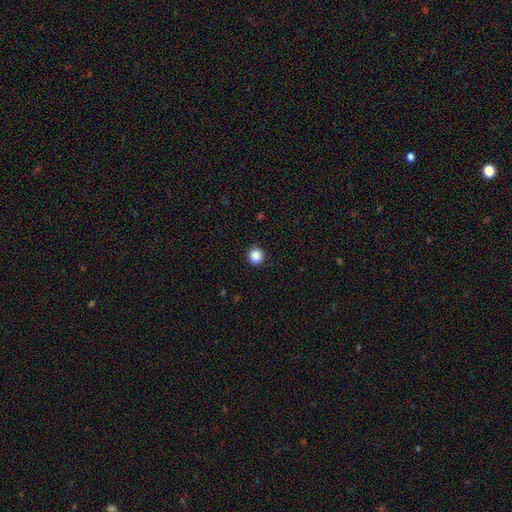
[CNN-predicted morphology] smooth_or_featured: smooth (p=0.87) [alt: star or artifact p=0.10]
how_rounded: round (p=0.93) [alt: in between p=0.06]
merging: none (p=0.92) [alt: minor disturbance p=0.06]